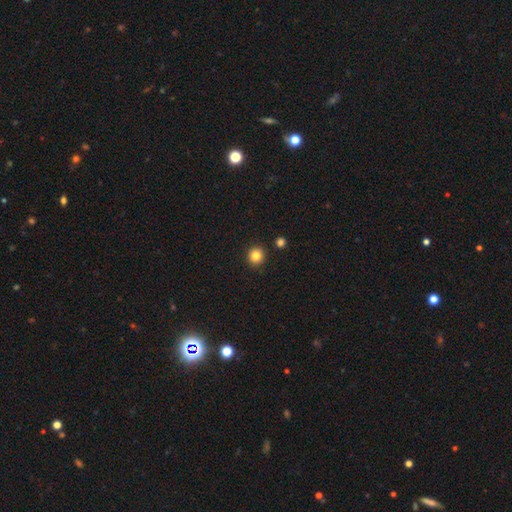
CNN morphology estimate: type=smooth (84%); roundness=round (93%); merging=none (91%).